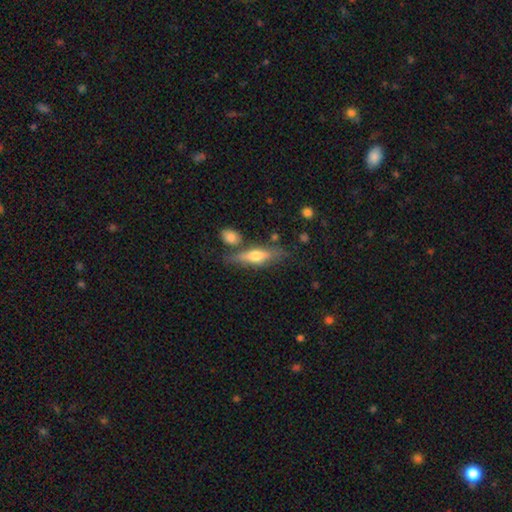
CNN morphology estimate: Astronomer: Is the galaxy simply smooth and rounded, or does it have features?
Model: featured or disk — 49% (runner-up: smooth, 44%).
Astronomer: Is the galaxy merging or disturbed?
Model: none — 69%.